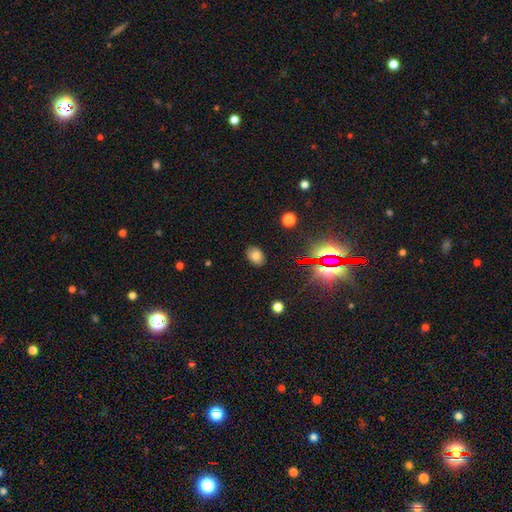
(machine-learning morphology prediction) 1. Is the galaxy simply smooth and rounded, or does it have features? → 74% smooth, 16% star or artifact, 10% featured or disk.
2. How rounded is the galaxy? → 79% in between, 20% round, 1% cigar-shaped.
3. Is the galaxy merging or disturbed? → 84% none, 12% minor disturbance, 3% major disturbance, 1% merger.